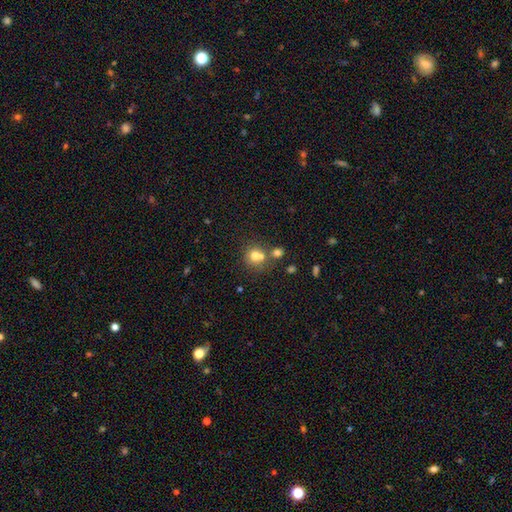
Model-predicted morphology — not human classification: The model was most divided on "merging" (2-way tie): none: 44%, merger: 44%, minor disturbance: 8%, major disturbance: 4%. More confident: how rounded — round (83%); smooth or featured — smooth (70%).